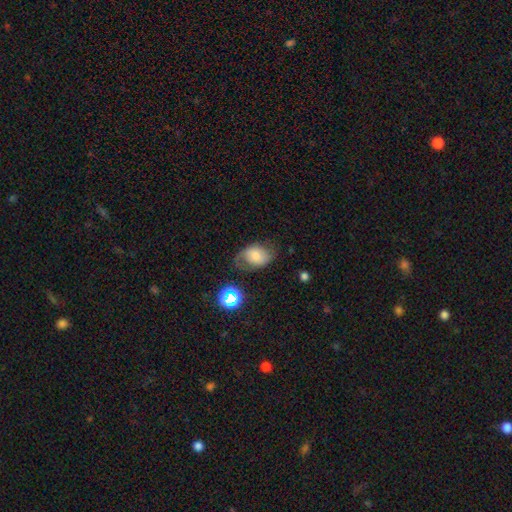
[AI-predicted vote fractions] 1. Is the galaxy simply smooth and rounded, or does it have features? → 56% smooth, 32% featured or disk, 12% star or artifact.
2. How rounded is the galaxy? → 75% in between, 24% round, 1% cigar-shaped.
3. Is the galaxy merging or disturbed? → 52% none, 29% minor disturbance, 16% major disturbance, 3% merger.